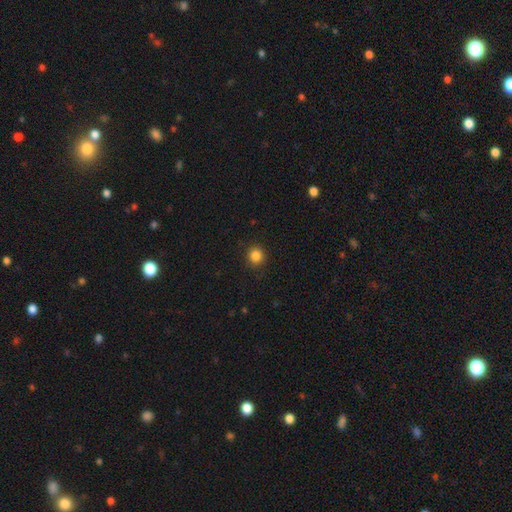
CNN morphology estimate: Q: Smooth or featured?
A: smooth (85%); runner-up: star or artifact (12%)
Q: How rounded?
A: round (90%); runner-up: in between (9%)
Q: Merging?
A: none (90%); runner-up: minor disturbance (7%)